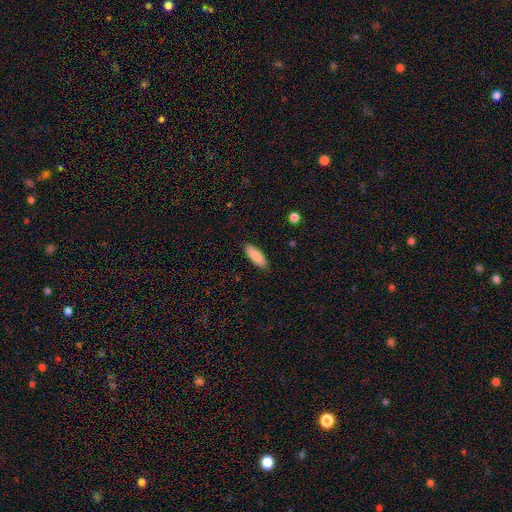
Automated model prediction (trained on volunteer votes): A smooth galaxy with no disk features (88%) that is in between round and cigar-shaped (69%). Merging: none (89%).